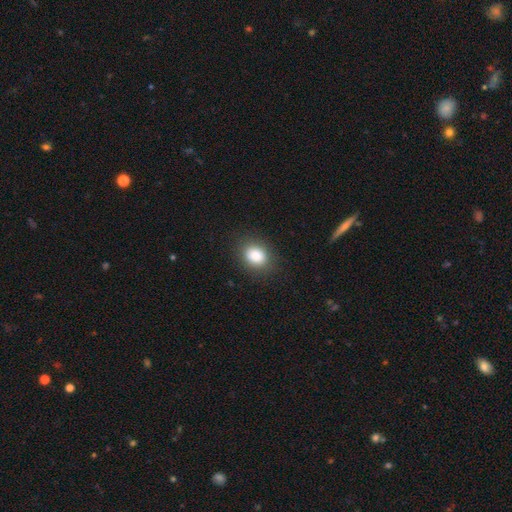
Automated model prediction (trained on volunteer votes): Smooth or featured? smooth (84%)
How rounded? in between (51%)
Merging? none (87%)